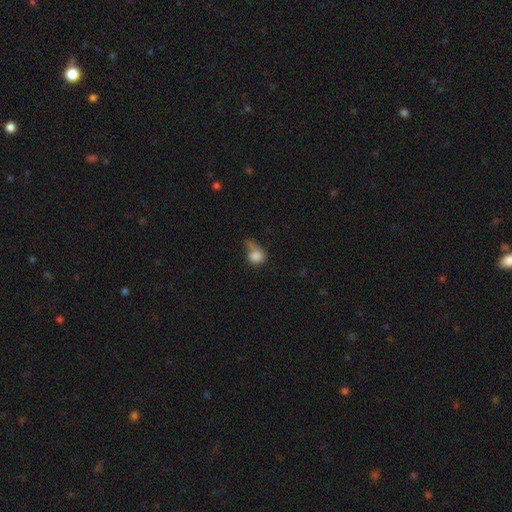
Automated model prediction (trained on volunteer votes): This appears to be a smooth galaxy with no disk features (79%) that is round (62%). Merging: major disturbance (32%).